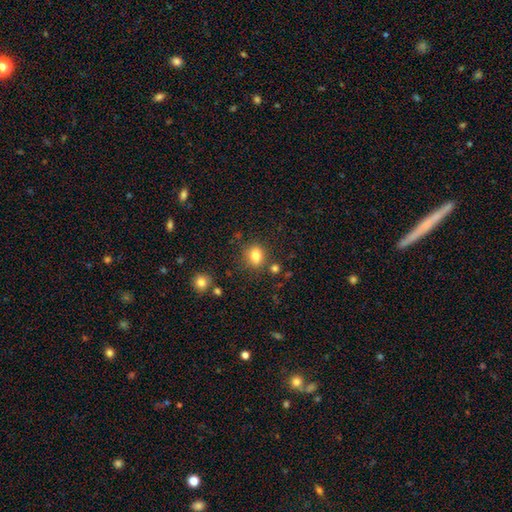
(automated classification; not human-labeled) Smooth or featured? Predicted: smooth (p=0.81). How rounded? Predicted: round (p=0.55). Merging? Predicted: none (p=0.77).